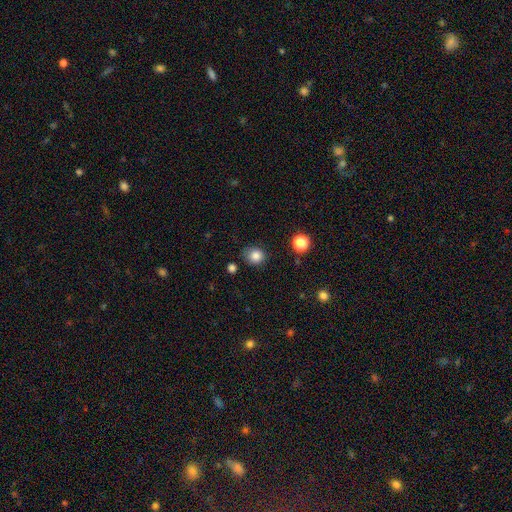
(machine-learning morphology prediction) This is clearly a smooth galaxy (83%). How rounded: likely round (79%). Merging: likely none (77%).